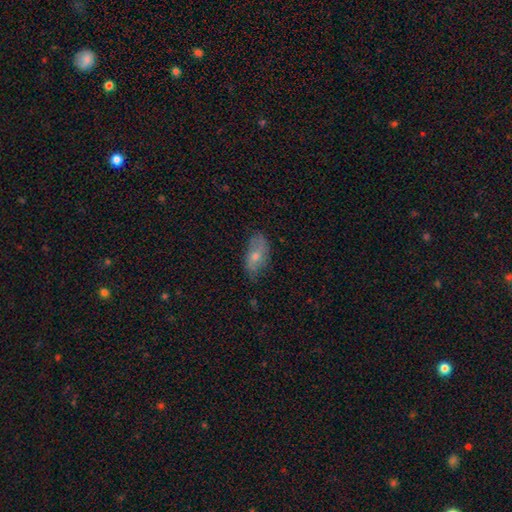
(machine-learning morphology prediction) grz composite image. It shows a smooth galaxy with no disk features (60%) that is in between round and cigar-shaped (89%). Merging: none (70%).